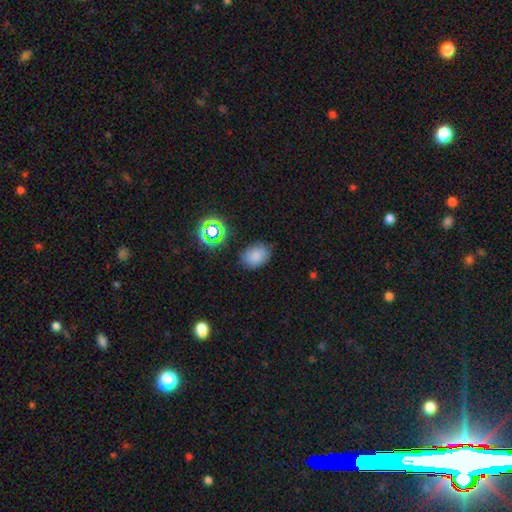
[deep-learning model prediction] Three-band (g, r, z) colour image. It shows a smooth galaxy with no disk features (78%) that is in between round and cigar-shaped (73%). Merging: none (79%).